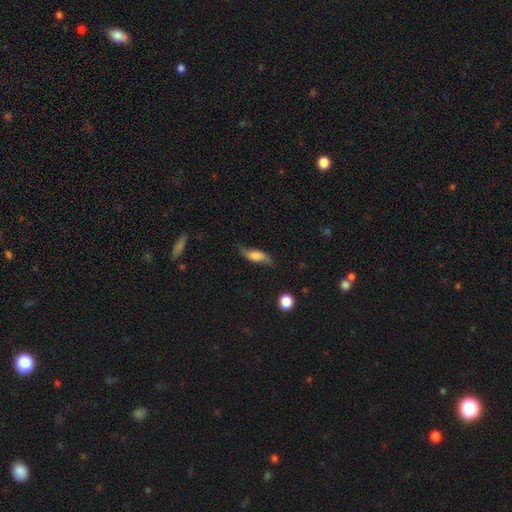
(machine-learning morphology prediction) Smooth or featured?
  - smooth: 50% *
  - featured or disk: 41%
  - star or artifact: 9%
How rounded?
  - in between: 65% *
  - cigar-shaped: 29%
  - round: 5%
Merging?
  - none: 62% *
  - minor disturbance: 26%
  - major disturbance: 10%
  - merger: 2%